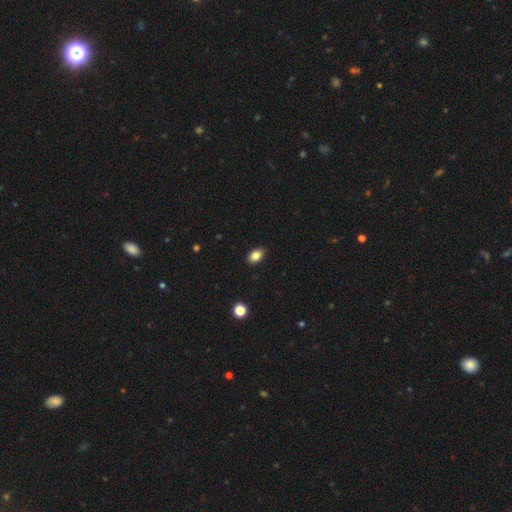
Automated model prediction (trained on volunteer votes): A smooth galaxy with no disk features (84%) that is in between round and cigar-shaped (86%).

Vote fractions:
- Smooth or featured? smooth: 84% / star or artifact: 9% / featured or disk: 6%
- How rounded? in between: 86% / round: 13% / cigar-shaped: 1%
- Merging? none: 89% / minor disturbance: 8% / major disturbance: 2% / merger: 1%